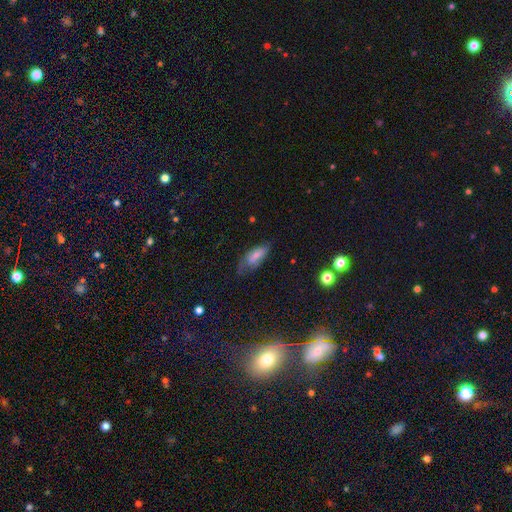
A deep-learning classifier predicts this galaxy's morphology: A smooth galaxy with no disk features (51%) that is in between round and cigar-shaped (84%).

Vote fractions:
- Smooth or featured? smooth: 51% / featured or disk: 40% / star or artifact: 9%
- How rounded? in between: 84% / cigar-shaped: 13% / round: 3%
- Merging? none: 45% / minor disturbance: 32% / major disturbance: 21% / merger: 2%